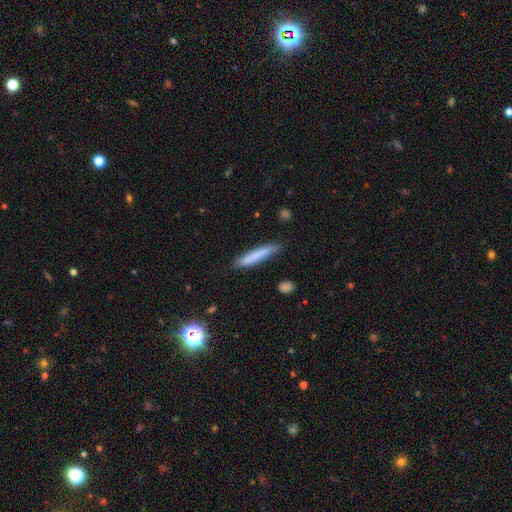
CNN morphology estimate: Smooth or featured? smooth (79%)
How rounded? cigar-shaped (93%)
Merging? none (86%)